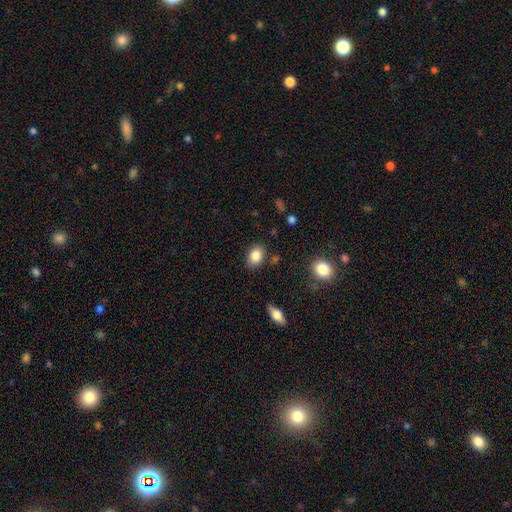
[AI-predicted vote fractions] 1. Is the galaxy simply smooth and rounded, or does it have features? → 85% smooth, 8% star or artifact, 6% featured or disk.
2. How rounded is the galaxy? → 74% in between, 25% round, 1% cigar-shaped.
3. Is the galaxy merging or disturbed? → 84% none, 11% minor disturbance, 3% major disturbance, 3% merger.